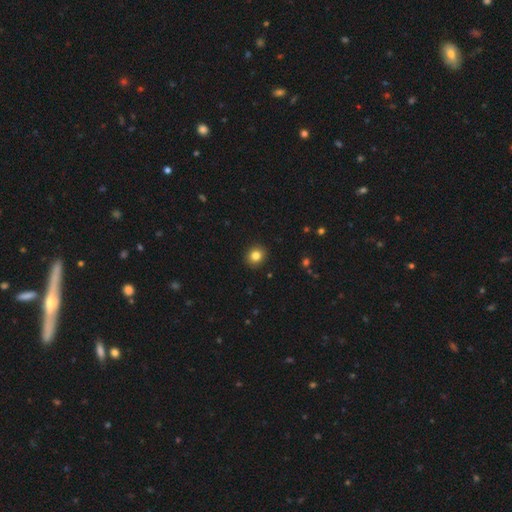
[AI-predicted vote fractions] A smooth galaxy with no disk features (82%) that is round (84%).

Vote fractions:
- Smooth or featured? smooth: 82% / star or artifact: 11% / featured or disk: 6%
- How rounded? round: 84% / in between: 15% / cigar-shaped: 1%
- Merging? none: 92% / minor disturbance: 5% / major disturbance: 2% / merger: 1%